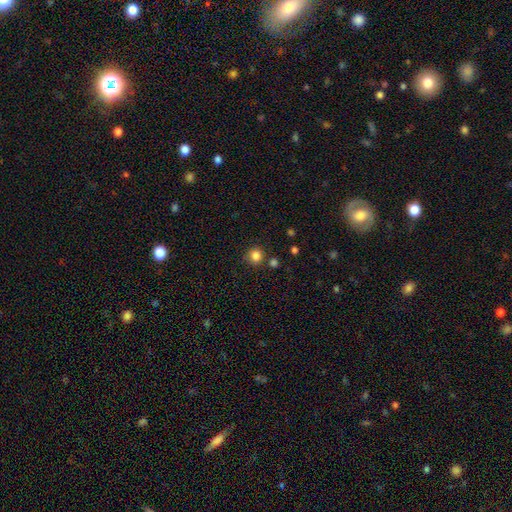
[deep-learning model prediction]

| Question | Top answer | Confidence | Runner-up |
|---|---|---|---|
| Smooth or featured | smooth | 84% | star or artifact (12%) |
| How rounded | round | 91% | in between (9%) |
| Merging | none | 80% | minor disturbance (10%) |